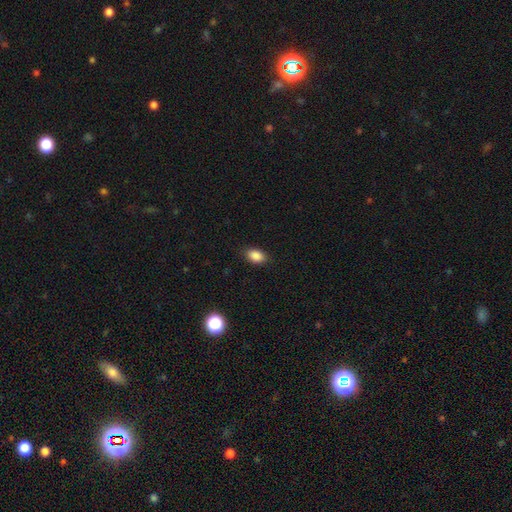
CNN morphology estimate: type=smooth (87%); roundness=in between (86%); merging=none (86%).